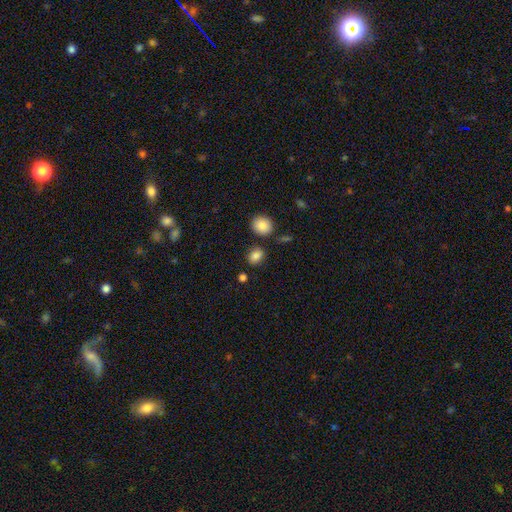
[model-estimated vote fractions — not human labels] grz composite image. It shows a smooth galaxy with no disk features (85%) that is round (52%). Merging: none (82%).